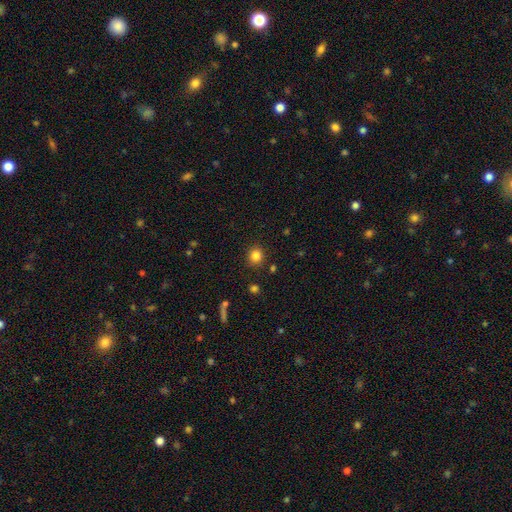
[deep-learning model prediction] This is clearly a smooth galaxy (83%). How rounded: clearly round (84%). Merging: clearly none (88%).